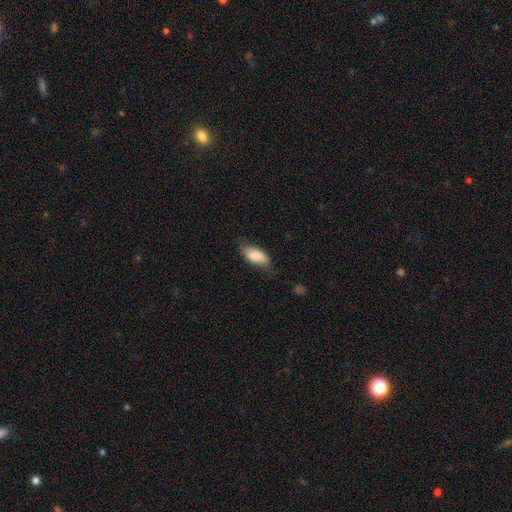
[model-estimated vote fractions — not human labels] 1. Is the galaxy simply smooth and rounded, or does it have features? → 83% smooth, 11% featured or disk, 6% star or artifact.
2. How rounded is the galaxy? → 90% in between, 7% cigar-shaped, 3% round.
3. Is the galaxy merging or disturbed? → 66% none, 26% minor disturbance, 6% major disturbance, 1% merger.